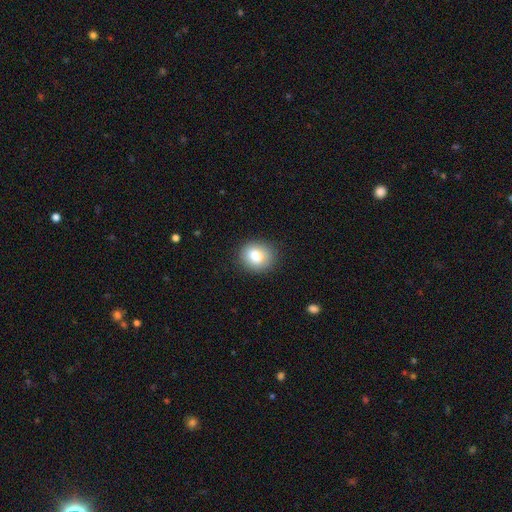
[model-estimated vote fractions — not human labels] This is clearly a smooth galaxy (81%). How rounded: likely round (73%). Merging: clearly none (87%).